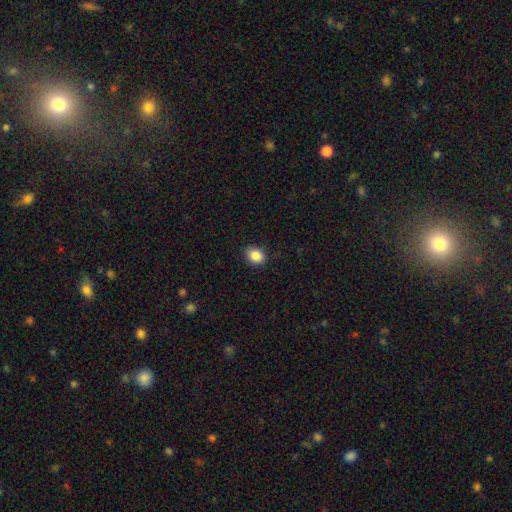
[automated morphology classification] smooth-or-featured: smooth: 88% | star or artifact: 9% | featured or disk: 4%
  how-rounded: in between: 55% | round: 44% | cigar-shaped: 1%
  merging: none: 89% | minor disturbance: 8% | major disturbance: 2% | merger: 1%